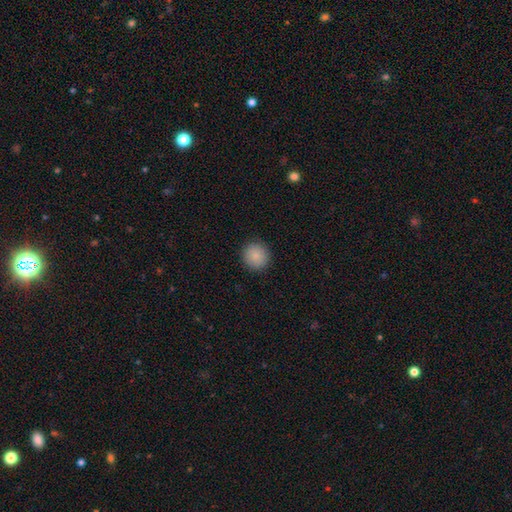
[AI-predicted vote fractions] Morphology: type=smooth (87%); roundness=round (94%); merging=none (91%).